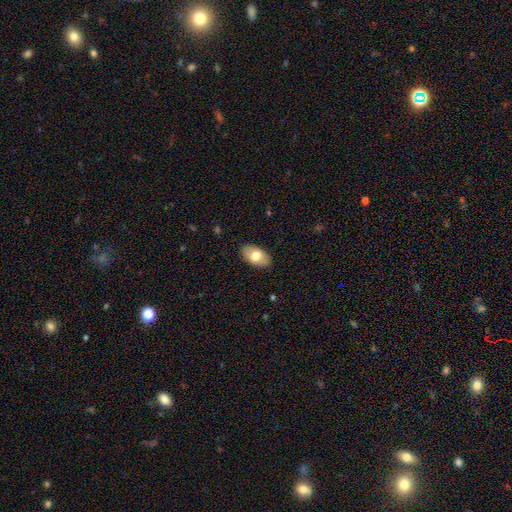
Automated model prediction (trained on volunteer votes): smooth 75%, featured or disk 19%, star or artifact 6%. Down the decision tree: how rounded — in between (94%); merging — none (87%).